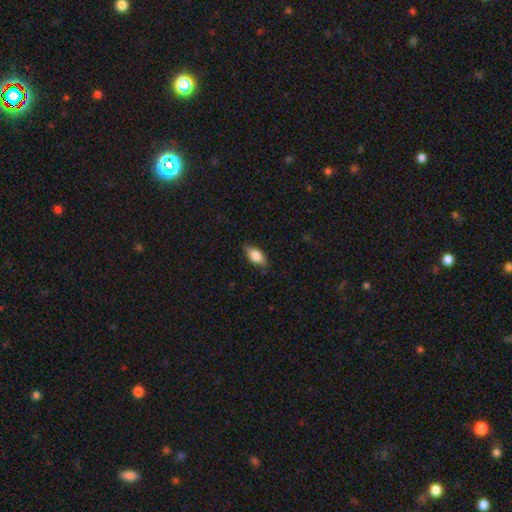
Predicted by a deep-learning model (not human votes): Smooth or featured? smooth (77%)
How rounded? in between (86%)
Merging? none (82%)